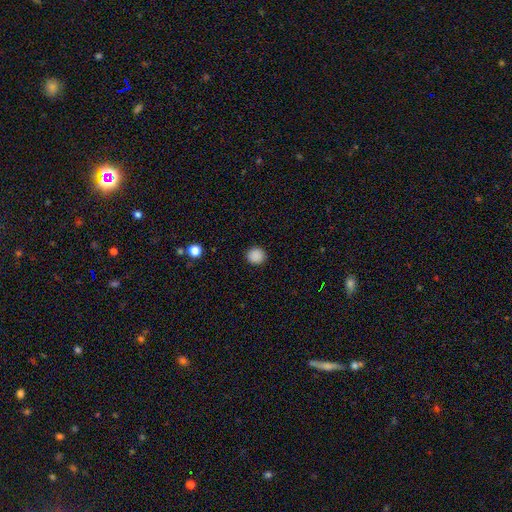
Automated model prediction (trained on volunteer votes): smooth-or-featured: smooth: 88% | star or artifact: 10% | featured or disk: 2%
  how-rounded: round: 90% | in between: 9% | cigar-shaped: 1%
  merging: none: 92% | minor disturbance: 5% | major disturbance: 2% | merger: 1%